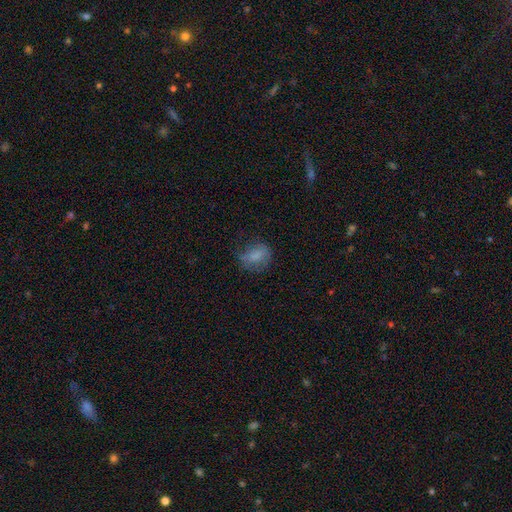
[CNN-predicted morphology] Smooth or featured? Predicted: smooth (p=0.73). How rounded? Predicted: in between (p=0.61). Merging? Predicted: none (p=0.59).